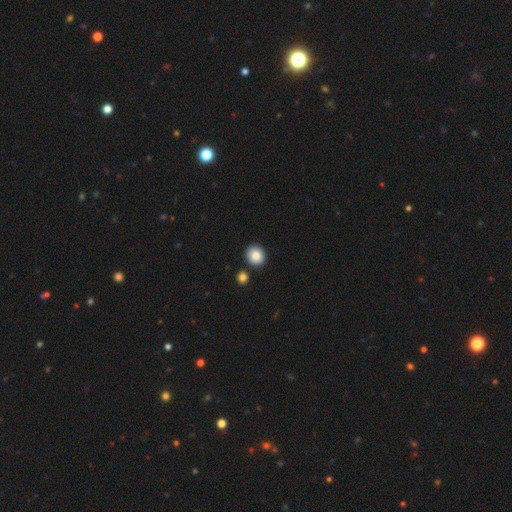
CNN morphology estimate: This appears to be a smooth galaxy with no disk features (88%) that is round (81%). Merging: none (84%).